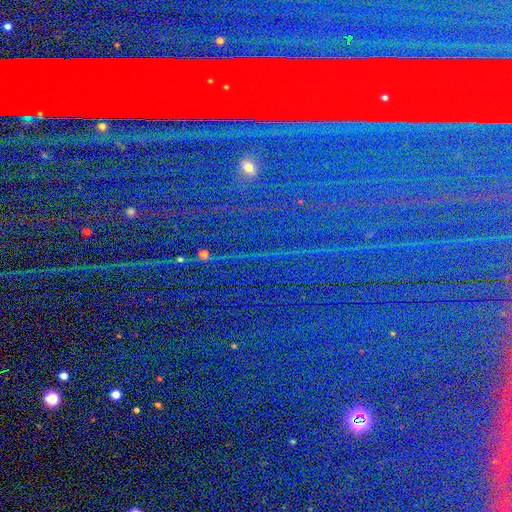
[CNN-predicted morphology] The model was most divided on "smooth or featured": star or artifact: 86%, featured or disk: 7%, smooth: 7%.